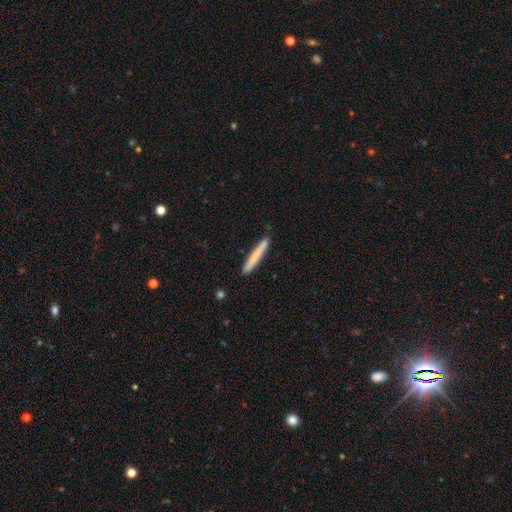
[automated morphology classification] This appears to be a smooth galaxy with no disk features (71%) that is cigar-shaped (96%). Merging: none (87%).